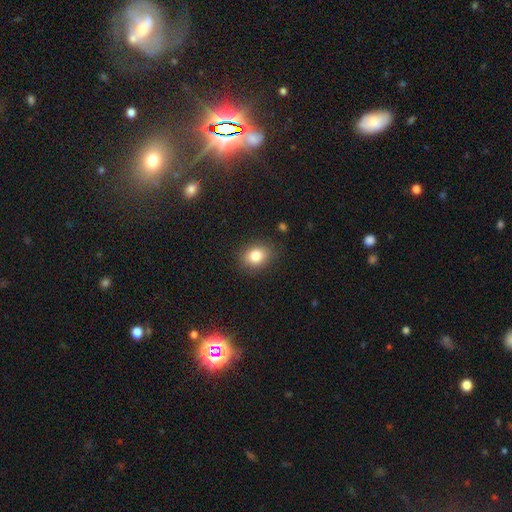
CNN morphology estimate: Smooth or featured? smooth (81%)
How rounded? in between (52%)
Merging? none (85%)